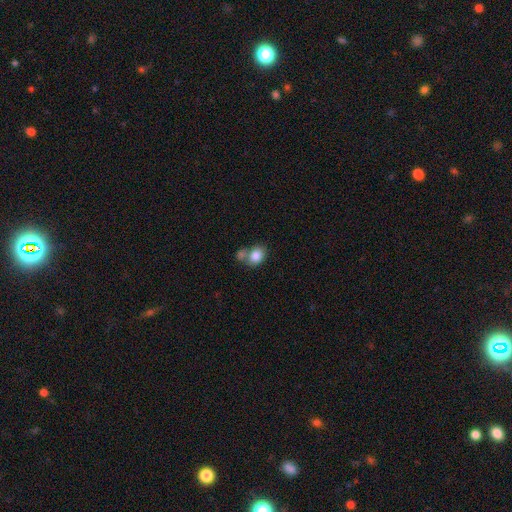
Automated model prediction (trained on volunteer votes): This appears to be a smooth galaxy with no disk features (83%) that is in between round and cigar-shaped (56%). Merging: none (43%).